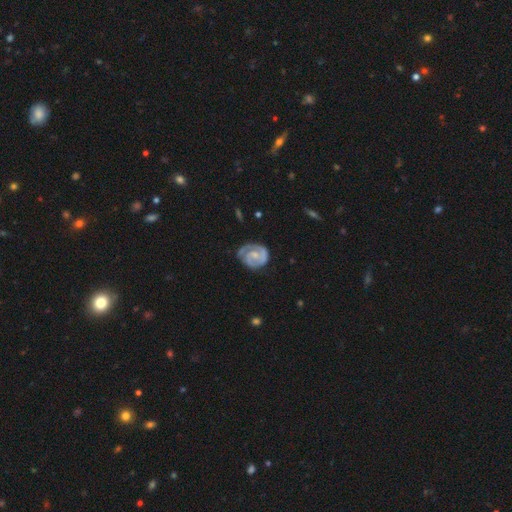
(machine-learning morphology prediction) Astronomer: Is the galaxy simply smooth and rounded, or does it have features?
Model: featured or disk — 82%.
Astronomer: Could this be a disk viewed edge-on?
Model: no — 98%.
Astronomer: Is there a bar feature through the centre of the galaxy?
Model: no — 59% (runner-up: weak, 34%).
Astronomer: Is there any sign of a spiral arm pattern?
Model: yes — 94%.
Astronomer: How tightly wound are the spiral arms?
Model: tight — 63%.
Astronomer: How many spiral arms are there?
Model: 2 — 63%.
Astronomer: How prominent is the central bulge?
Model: small — 49% (runner-up: moderate, 35%).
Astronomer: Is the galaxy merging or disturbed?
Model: none — 66%.